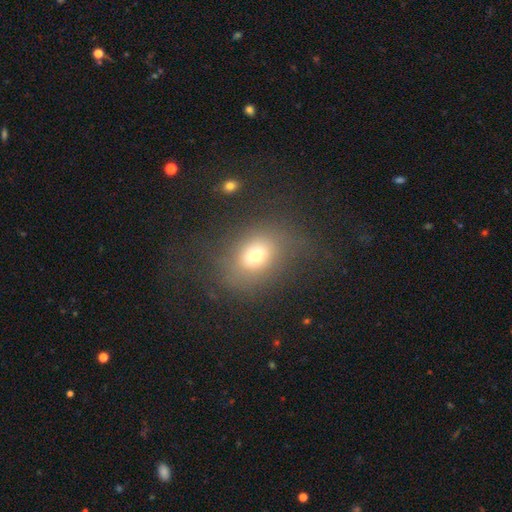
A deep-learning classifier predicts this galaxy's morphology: The model was most divided on "how rounded": round: 50%, in between: 48%, cigar-shaped: 1%. More confident: smooth or featured — smooth (65%); merging — none (63%).